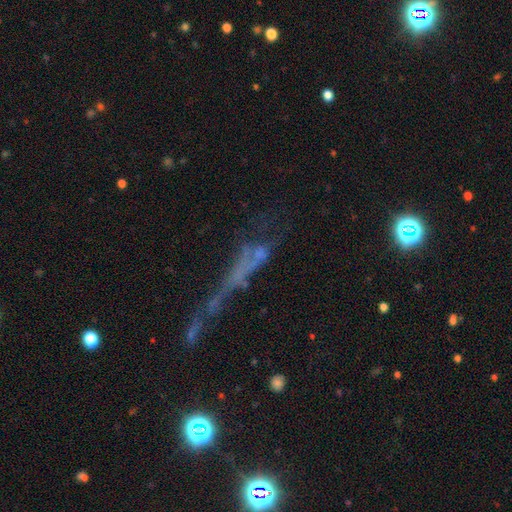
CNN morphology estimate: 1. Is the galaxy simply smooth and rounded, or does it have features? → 42% featured or disk, 33% star or artifact, 25% smooth.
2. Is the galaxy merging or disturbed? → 33% major disturbance, 27% merger, 26% none, 13% minor disturbance.